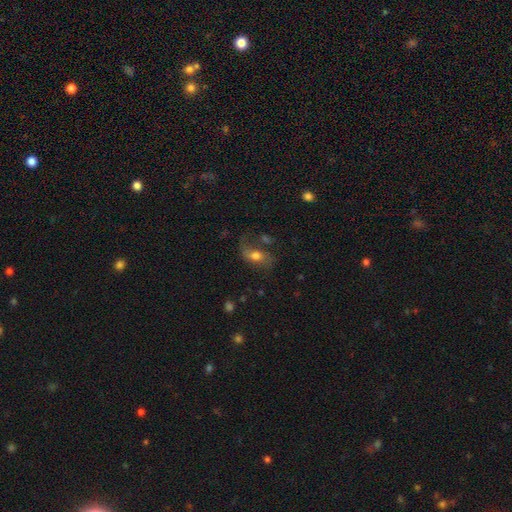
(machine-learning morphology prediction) Smooth or featured? smooth (48%)
Merging? none (48%)